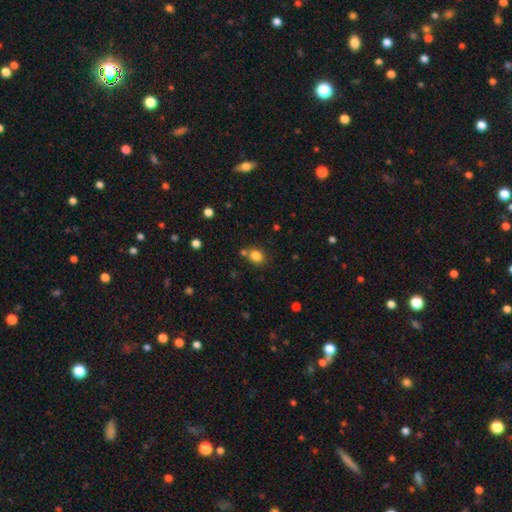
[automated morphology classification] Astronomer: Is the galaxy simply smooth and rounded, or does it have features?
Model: smooth — 83%.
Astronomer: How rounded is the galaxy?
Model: round — 71%.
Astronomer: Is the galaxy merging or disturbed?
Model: none — 72%.